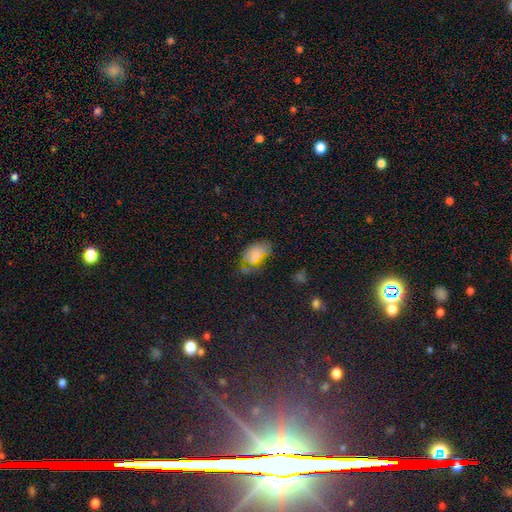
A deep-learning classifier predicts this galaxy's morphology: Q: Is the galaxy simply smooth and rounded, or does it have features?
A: smooth — 67%.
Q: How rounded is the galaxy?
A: in between — 91%.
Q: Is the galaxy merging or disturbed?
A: none — 50%.